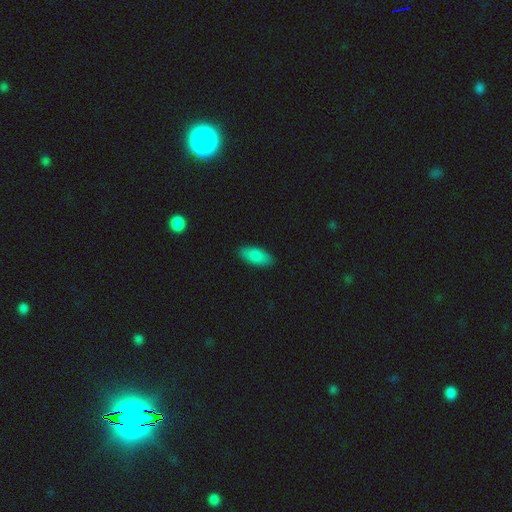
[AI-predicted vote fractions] Smooth or featured? smooth (88%)
How rounded? in between (87%)
Merging? none (88%)